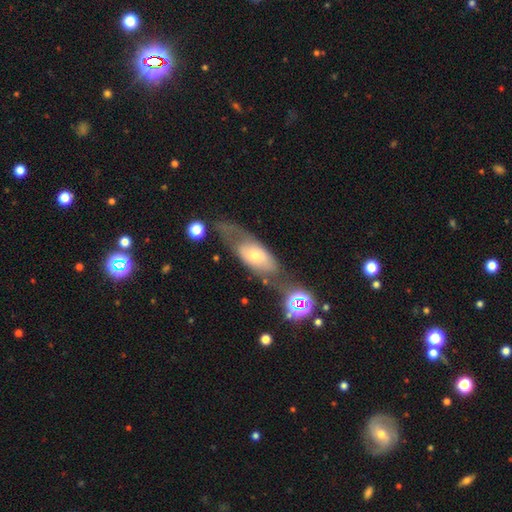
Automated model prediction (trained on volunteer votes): smooth_or_featured: featured or disk (p=0.48) [alt: smooth p=0.41]
merging: none (p=0.50) [alt: minor disturbance p=0.22]